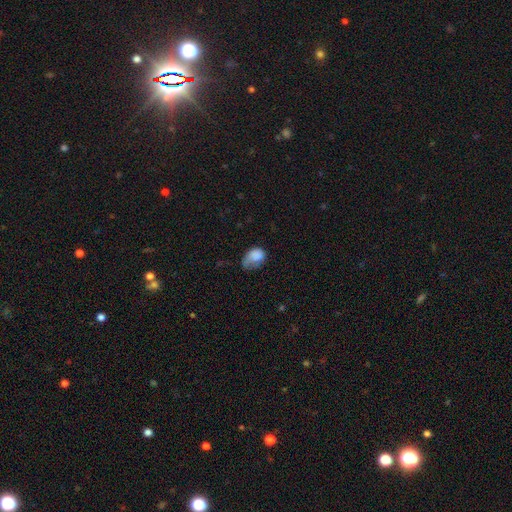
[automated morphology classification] smooth 76%, featured or disk 16%, star or artifact 8%. Down the decision tree: how rounded — in between (73%); merging — major disturbance (37%).